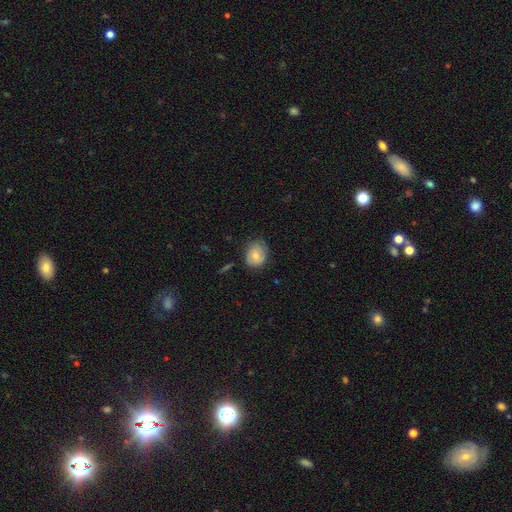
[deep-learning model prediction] A smooth galaxy with no disk features (62%) that is round (52%).

Vote fractions:
- Smooth or featured? smooth: 62% / featured or disk: 30% / star or artifact: 8%
- How rounded? round: 52% / in between: 47% / cigar-shaped: 1%
- Merging? none: 65% / minor disturbance: 27% / major disturbance: 6% / merger: 2%